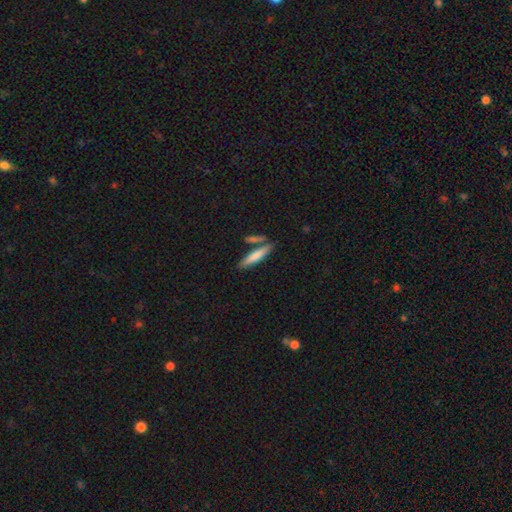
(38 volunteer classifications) Smooth or featured? 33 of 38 (87%) said smooth. How rounded? 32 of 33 (97%) said cigar-shaped. Merging? 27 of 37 (73%) said none.